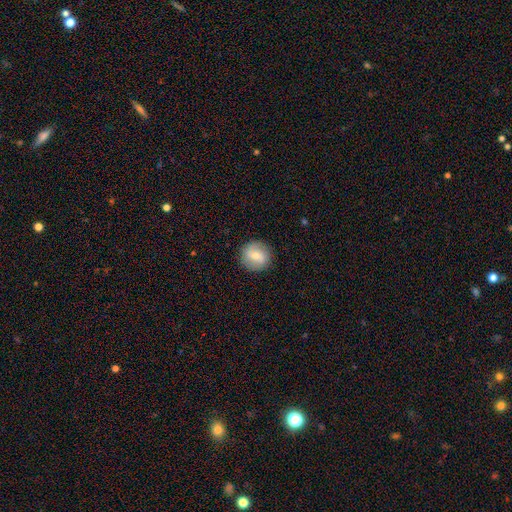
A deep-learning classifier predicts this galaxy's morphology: This appears to be a smooth galaxy with no disk features (61%) that is round (92%). Merging: none (89%).